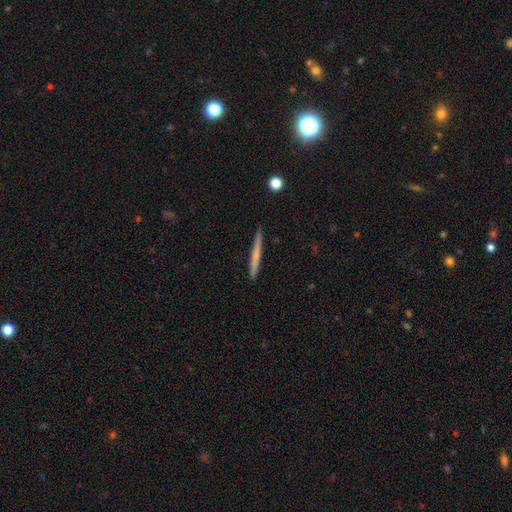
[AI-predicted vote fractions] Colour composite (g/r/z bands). It shows a smooth galaxy with no disk features (55%) that is cigar-shaped (97%). Merging: none (91%).